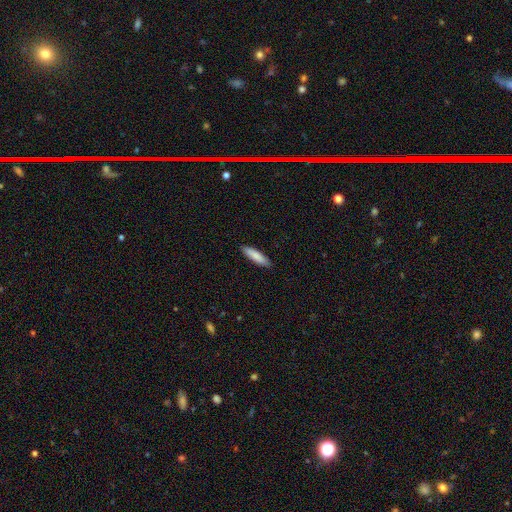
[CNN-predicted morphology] This appears to be a smooth galaxy with no disk features (84%) that is cigar-shaped (74%). Merging: none (90%).